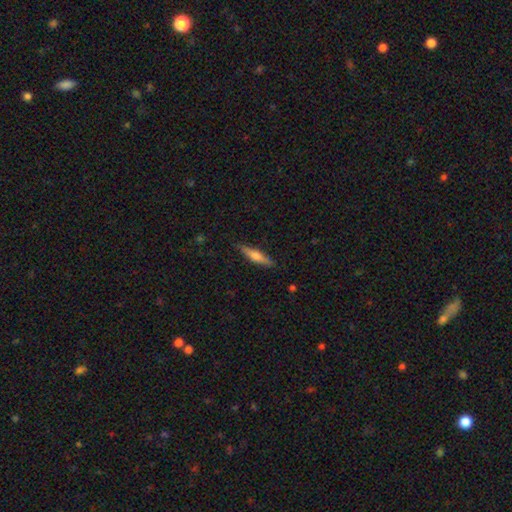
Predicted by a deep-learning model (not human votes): This appears to be a featured or disk galaxy (51%) viewed edge-on (95%). Merging: none (88%).